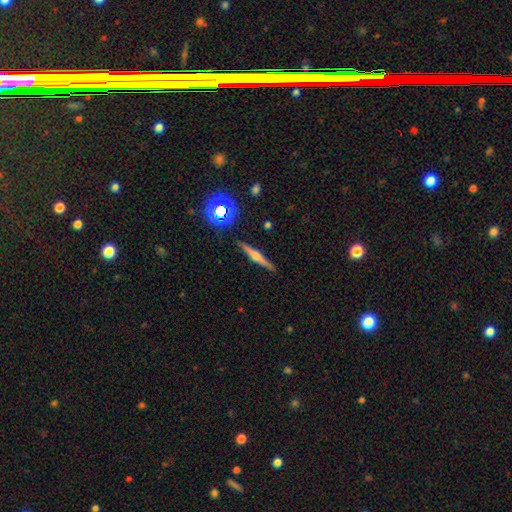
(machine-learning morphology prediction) This appears to be a featured or disk galaxy (67%) viewed edge-on (98%) with a rounded central bulge (87%). Merging: none (90%).